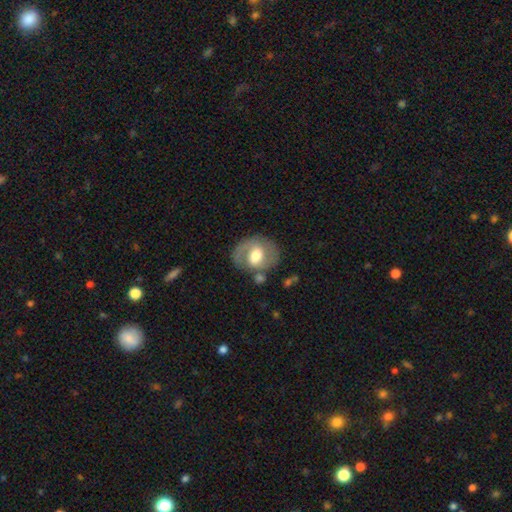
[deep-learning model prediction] Smooth or featured? Predicted: featured or disk (p=0.60). Edge-on disk? Predicted: no (p=0.96). Bar? Predicted: weak (p=0.46). Spiral arms? Predicted: yes (p=0.69). Bulge size? Predicted: moderate (p=0.59). Merging? Predicted: none (p=0.70).